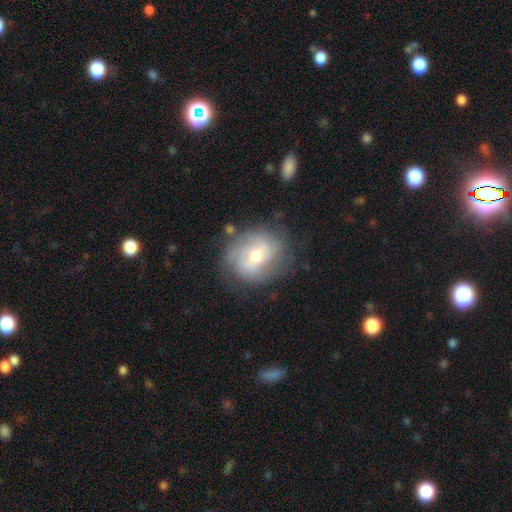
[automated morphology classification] smooth-or-featured: featured or disk: 63% | smooth: 29% | star or artifact: 8%
  disk-edge-on: no: 97% | yes: 3%
    bar: no: 58% | weak: 33% | strong: 9%
    has-spiral-arms: yes: 80% | no: 20%
    bulge-size: moderate: 66% | small: 27% | large: 5% | none: 1% | dominant: 1%
  merging: none: 67% | minor disturbance: 21% | major disturbance: 10% | merger: 3%